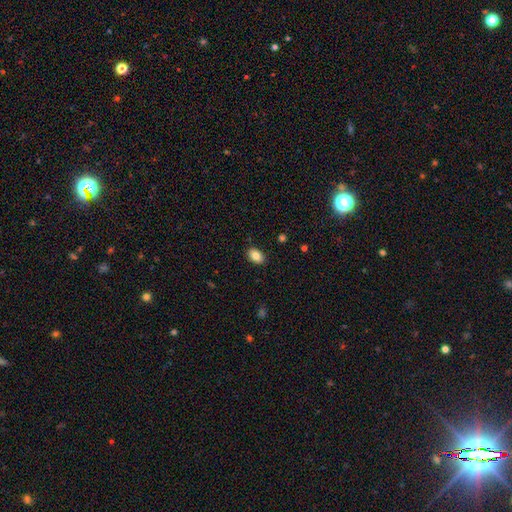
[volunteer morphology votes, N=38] Smooth or featured? 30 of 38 (79%) said smooth. How rounded? 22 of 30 (73%) said in between. Merging? 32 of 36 (89%) said none.